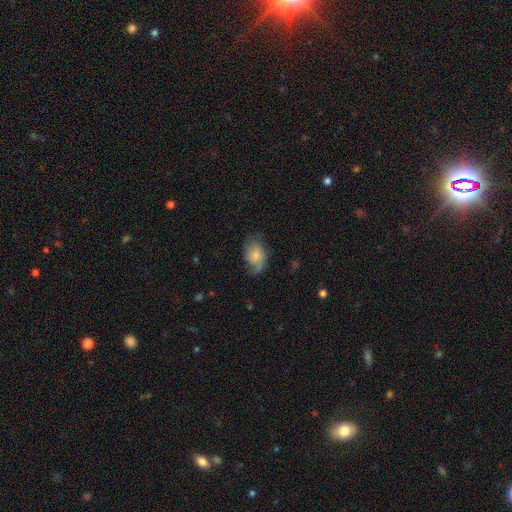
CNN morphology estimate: This is possibly a smooth galaxy (56%). How rounded: clearly in between (84%). Merging: possibly none (57%).